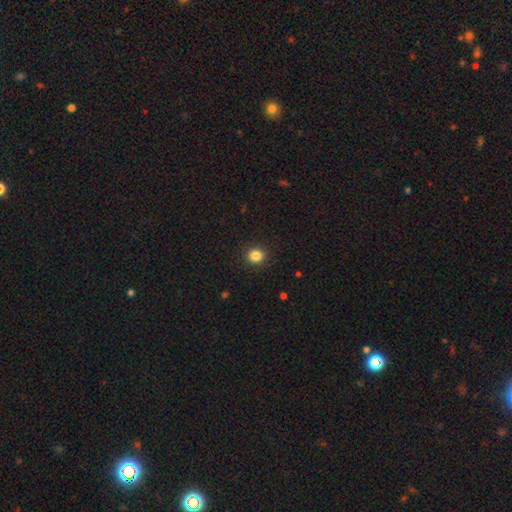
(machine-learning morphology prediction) This appears to be a smooth galaxy with no disk features (85%) that is round (88%). Merging: none (92%).